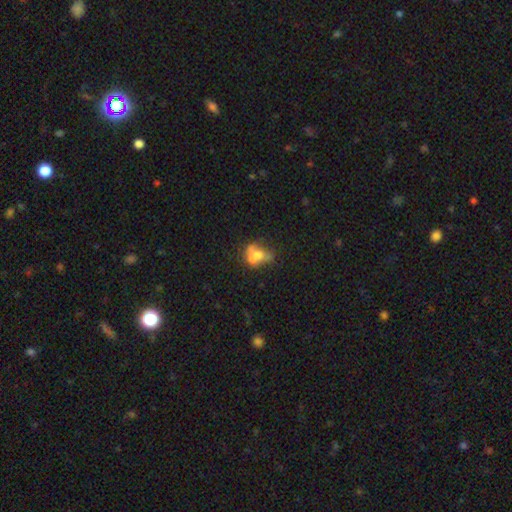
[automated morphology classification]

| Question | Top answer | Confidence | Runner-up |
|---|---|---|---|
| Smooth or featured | smooth | 47% | featured or disk (41%) |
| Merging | merger | 40% | none (28%) |